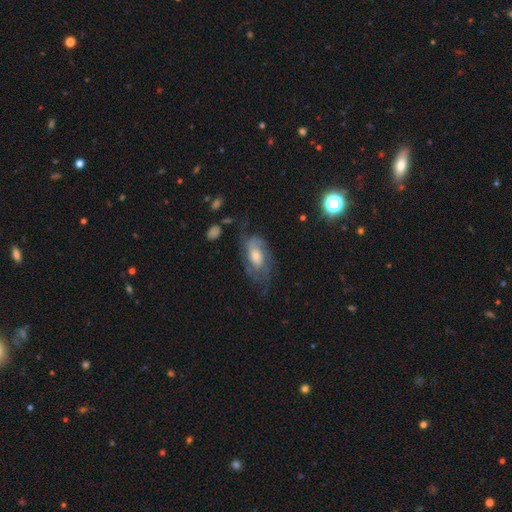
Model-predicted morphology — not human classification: A featured or disk galaxy (71%) with no bar (65%), tight (43%) spiral arms (87%) and a moderate central bulge (56%).

Vote fractions:
- Smooth or featured? featured or disk: 71% / smooth: 20% / star or artifact: 9%
- Edge-on disk? no: 94% / yes: 6%
- Bar? no: 65% / weak: 30% / strong: 5%
- Spiral arms? yes: 87% / no: 13%
- Spiral winding? tight: 43% / medium: 41% / loose: 16%
- Spiral arm count? can't tell: 39% / 2: 36% / 3: 12% / 1: 6% / 4: 4% / more than 4: 3%
- Bulge size? moderate: 56% / small: 29% / large: 11% / none: 3% / dominant: 2%
- Merging? none: 59% / minor disturbance: 22% / major disturbance: 17% / merger: 2%